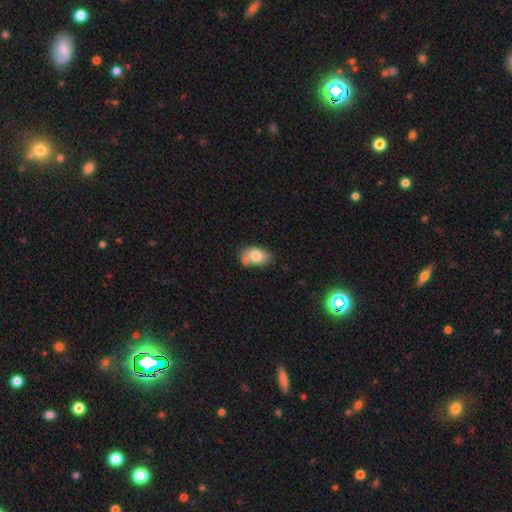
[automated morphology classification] This appears to be a smooth galaxy with no disk features (77%) that is in between round and cigar-shaped (86%). Merging: none (55%).